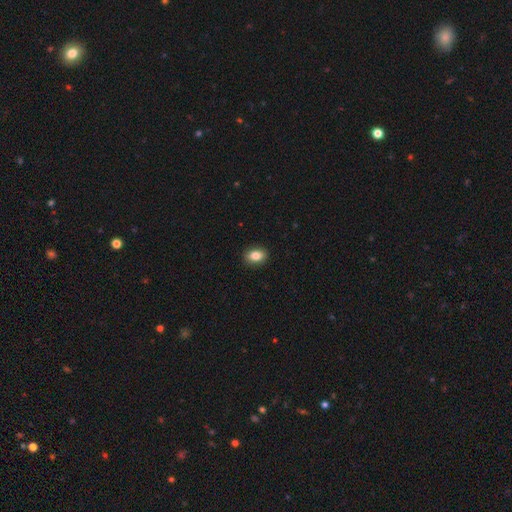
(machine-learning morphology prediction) A smooth galaxy with no disk features (84%) that is in between round and cigar-shaped (76%). Merging: none (90%).